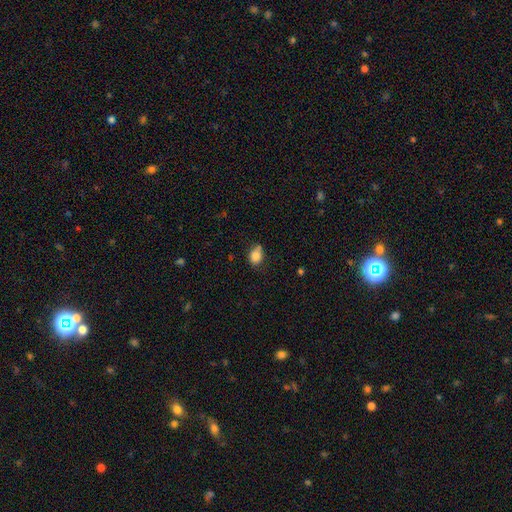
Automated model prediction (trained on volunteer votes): smooth-or-featured: smooth: 83% | star or artifact: 10% | featured or disk: 7%
  how-rounded: in between: 60% | round: 39% | cigar-shaped: 1%
  merging: none: 58% | minor disturbance: 28% | merger: 8% | major disturbance: 6%